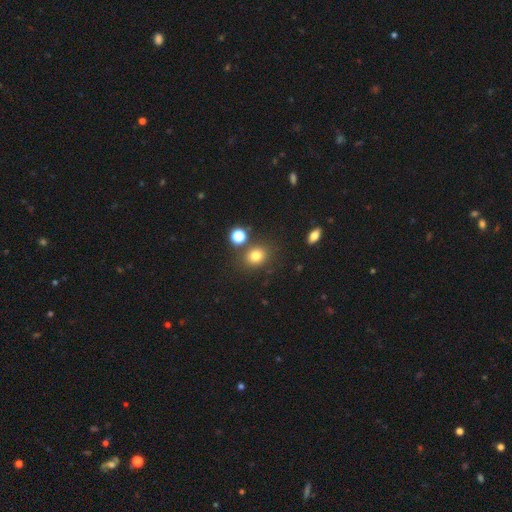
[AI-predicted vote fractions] A smooth galaxy with no disk features (78%) that is round (67%).

Vote fractions:
- Smooth or featured? smooth: 78% / star or artifact: 14% / featured or disk: 8%
- How rounded? round: 67% / in between: 32% / cigar-shaped: 1%
- Merging? none: 78% / minor disturbance: 10% / merger: 8% / major disturbance: 4%